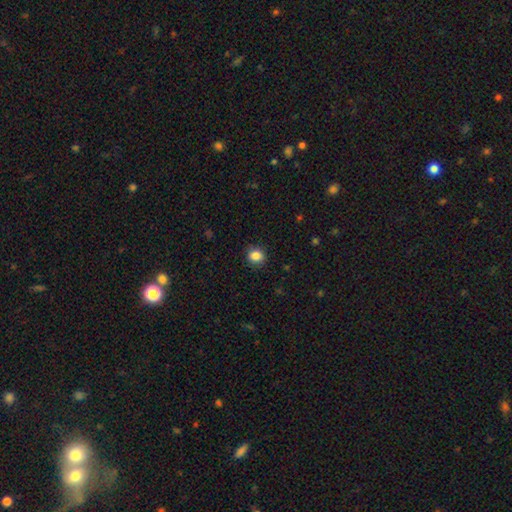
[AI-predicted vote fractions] Overall: smooth (86%). How rounded: round (78%). Merging: none (89%).